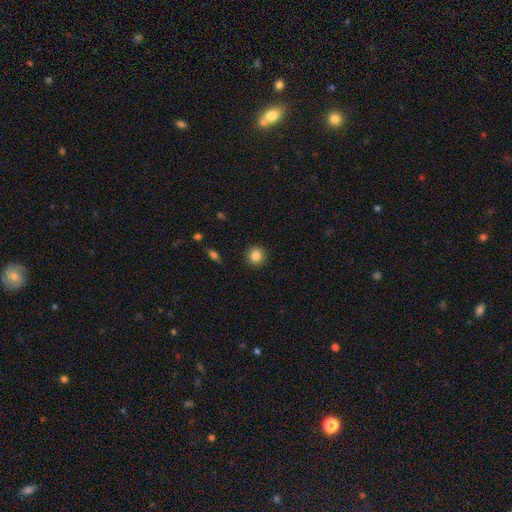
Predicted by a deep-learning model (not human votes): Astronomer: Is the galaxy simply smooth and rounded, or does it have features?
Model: smooth — 85%.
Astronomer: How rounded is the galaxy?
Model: round — 93%.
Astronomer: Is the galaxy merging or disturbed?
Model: none — 91%.